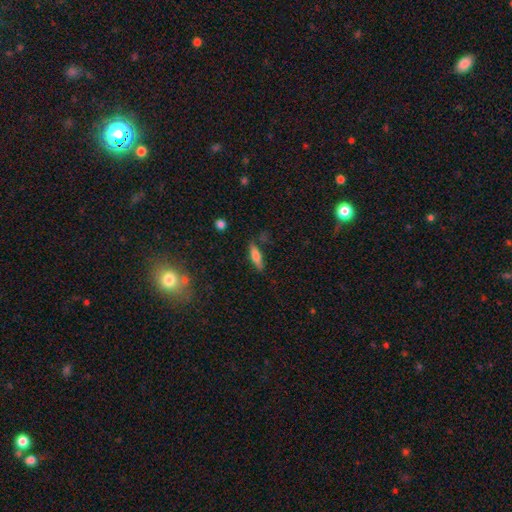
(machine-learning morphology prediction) smooth_or_featured: smooth (p=0.68) [alt: featured or disk p=0.24]
how_rounded: cigar-shaped (p=0.63) [alt: in between p=0.35]
merging: none (p=0.78) [alt: minor disturbance p=0.15]